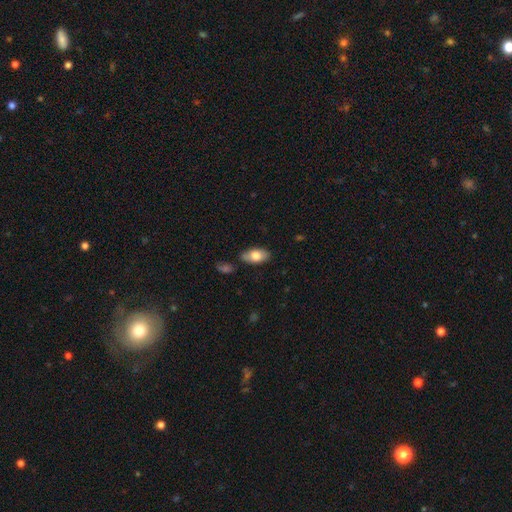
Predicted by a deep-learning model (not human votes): Smooth or featured? Predicted: smooth (p=0.75). How rounded? Predicted: in between (p=0.92). Merging? Predicted: none (p=0.81).